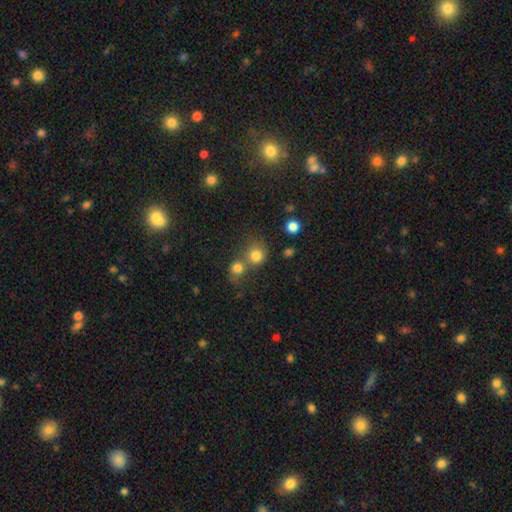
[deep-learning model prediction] A smooth galaxy with no disk features (79%) that is round (85%).

Vote fractions:
- Smooth or featured? smooth: 79% / star or artifact: 13% / featured or disk: 8%
- How rounded? round: 85% / in between: 14% / cigar-shaped: 1%
- Merging? none: 49% / merger: 39% / minor disturbance: 8% / major disturbance: 4%